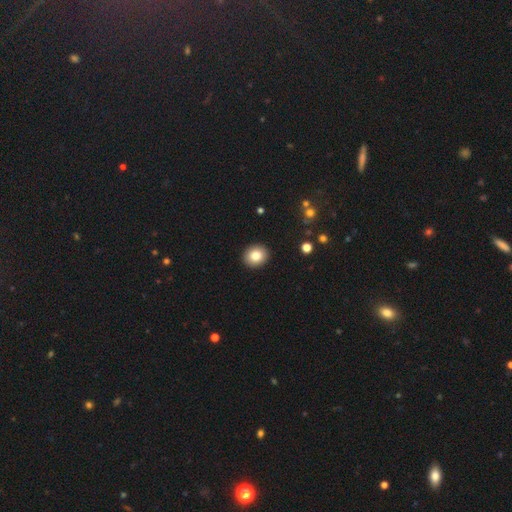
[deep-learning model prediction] Smooth or featured? smooth (83%)
How rounded? round (74%)
Merging? none (92%)